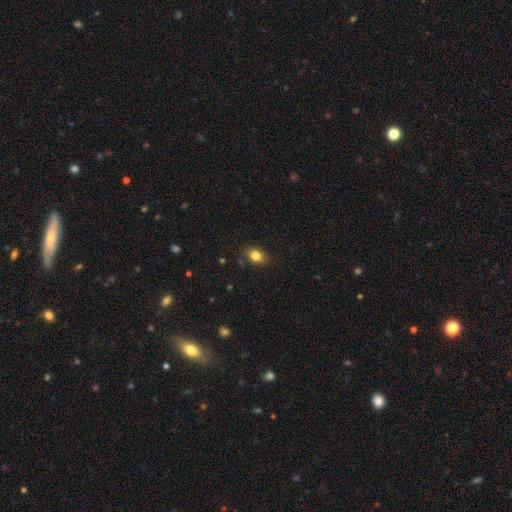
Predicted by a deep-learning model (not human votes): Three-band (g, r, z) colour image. It shows a smooth galaxy with no disk features (82%) that is in between round and cigar-shaped (77%). Merging: none (81%).